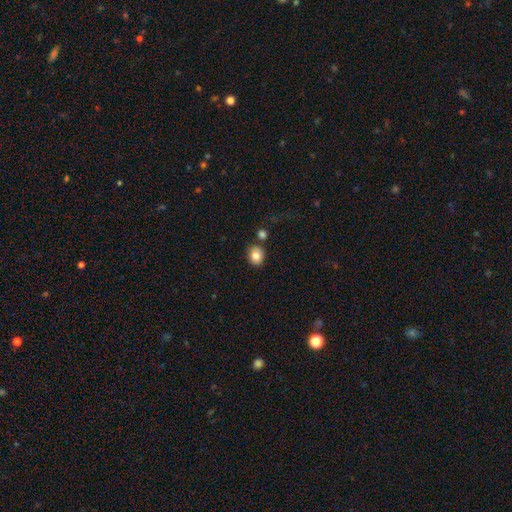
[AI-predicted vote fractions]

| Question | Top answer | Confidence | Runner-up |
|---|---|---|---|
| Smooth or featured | smooth | 84% | star or artifact (9%) |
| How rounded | round | 66% | in between (33%) |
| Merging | none | 77% | minor disturbance (10%) |